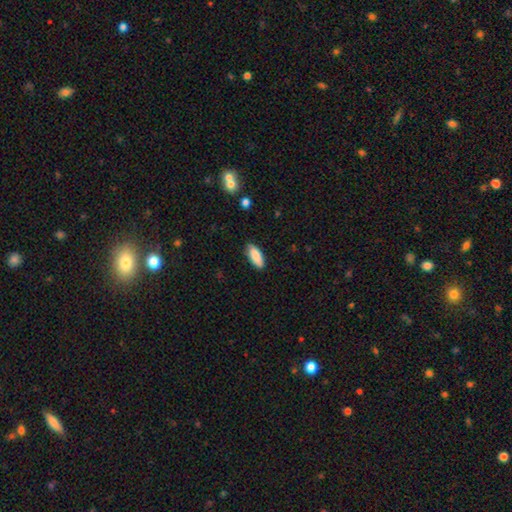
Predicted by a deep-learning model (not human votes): The model was most divided on "how rounded": in between: 84%, cigar-shaped: 14%, round: 2%. More confident: smooth or featured — smooth (87%); merging — none (84%).